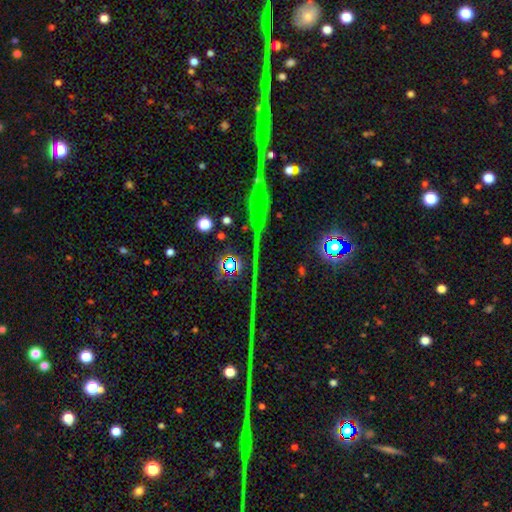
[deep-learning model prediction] star or artifact 52%, featured or disk 36%, smooth 13%.